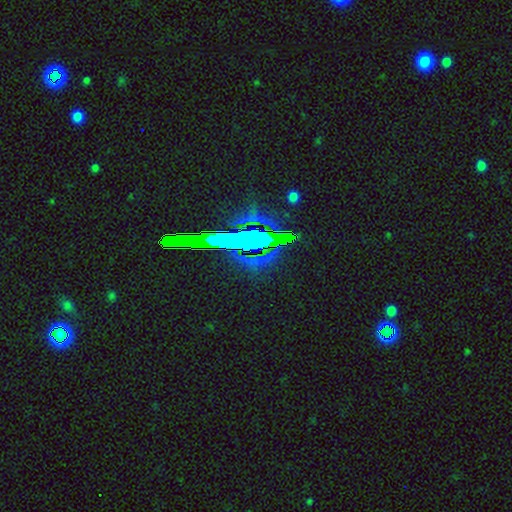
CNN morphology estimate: Smooth or featured? star or artifact (73%)